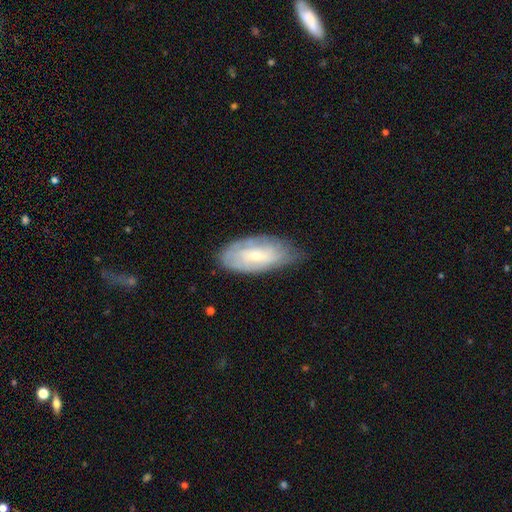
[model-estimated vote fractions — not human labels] A featured or disk galaxy (54%).

Vote fractions:
- Smooth or featured? featured or disk: 54% / smooth: 40% / star or artifact: 7%
- Edge-on disk? no: 90% / yes: 10%
- Merging? none: 60% / minor disturbance: 31% / major disturbance: 8% / merger: 1%